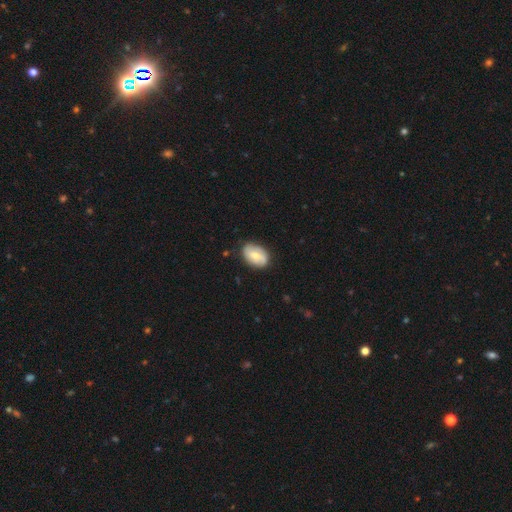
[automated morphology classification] Q: Smooth or featured?
A: smooth (53%); runner-up: featured or disk (40%)
Q: How rounded?
A: in between (86%); runner-up: round (13%)
Q: Merging?
A: none (80%); runner-up: minor disturbance (16%)